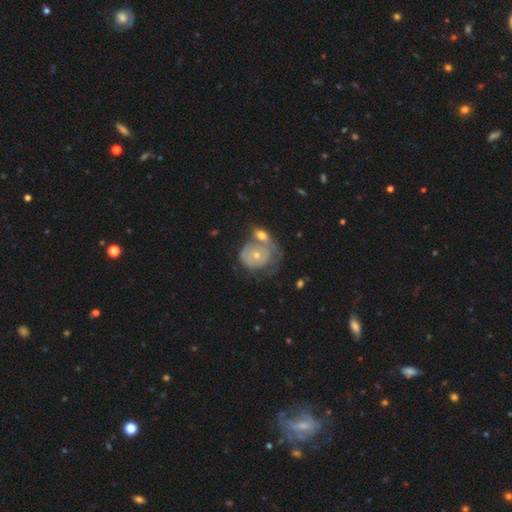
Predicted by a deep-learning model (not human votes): Smooth or featured? featured or disk (59%)
Edge-on disk? no (96%)
Bar? no (86%)
Spiral arms? yes (53%)
Bulge size? small (53%)
Merging? merger (42%)